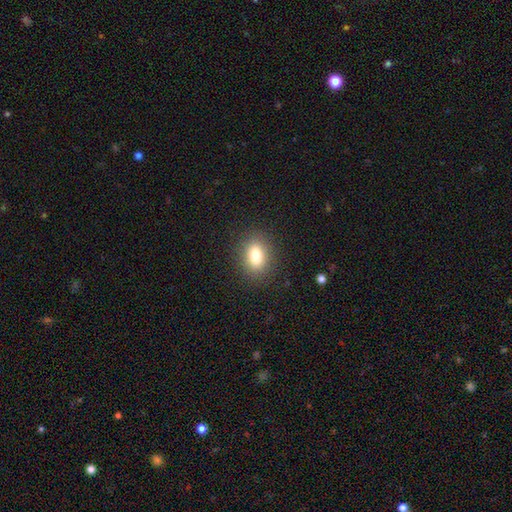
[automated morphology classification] smooth 80%, star or artifact 10%, featured or disk 10%. Down the decision tree: how rounded — in between (72%); merging — none (87%).